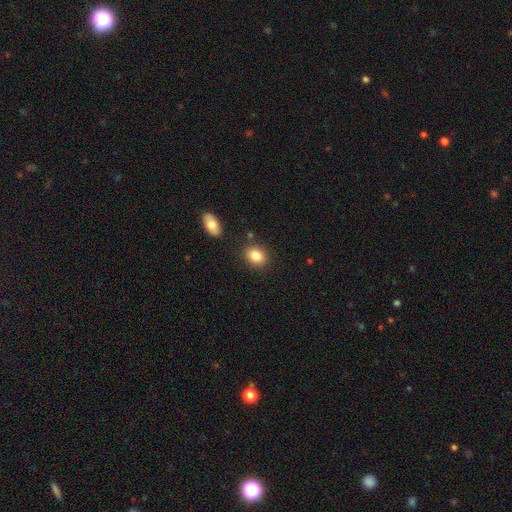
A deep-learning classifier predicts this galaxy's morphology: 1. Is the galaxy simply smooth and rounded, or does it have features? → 85% smooth, 8% star or artifact, 7% featured or disk.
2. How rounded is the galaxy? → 61% in between, 38% round, 1% cigar-shaped.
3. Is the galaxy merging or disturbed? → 81% none, 10% minor disturbance, 5% merger, 3% major disturbance.